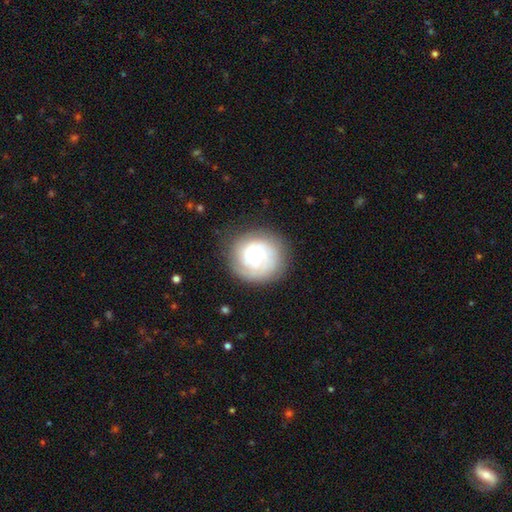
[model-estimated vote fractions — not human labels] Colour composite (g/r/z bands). It shows a featured or disk galaxy (65%) with no bar (69%), tight (72%) spiral arms (90%) and a small central bulge (48%). Merging: none (81%).